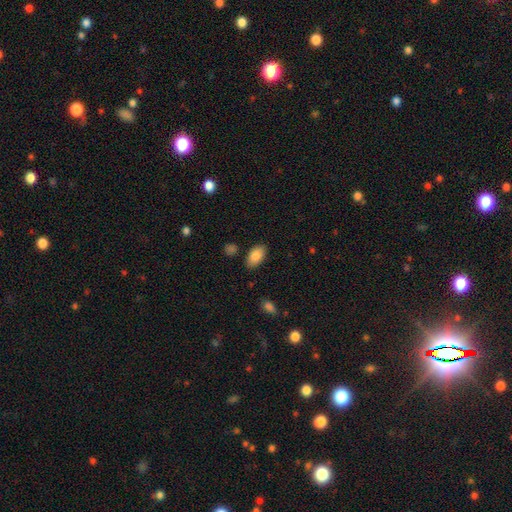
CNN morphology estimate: Smooth or featured? smooth (87%)
How rounded? in between (94%)
Merging? none (85%)